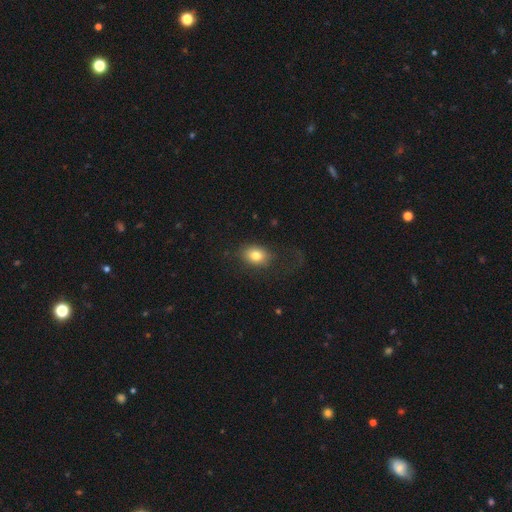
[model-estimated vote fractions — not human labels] This appears to be a smooth galaxy with no disk features (79%) that is in between round and cigar-shaped (65%). Merging: none (67%).